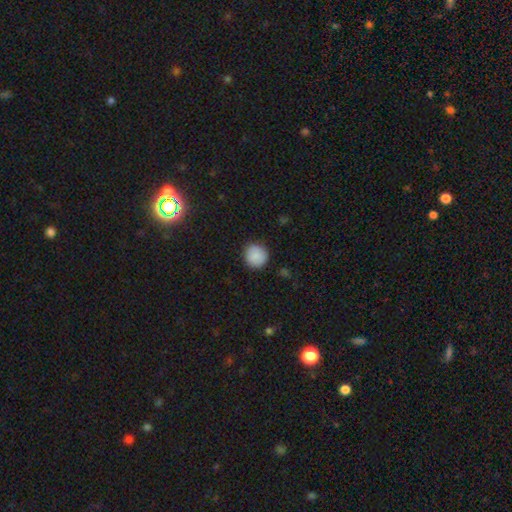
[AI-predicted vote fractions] Smooth or featured? Predicted: smooth (p=0.87). How rounded? Predicted: round (p=0.93). Merging? Predicted: none (p=0.89).